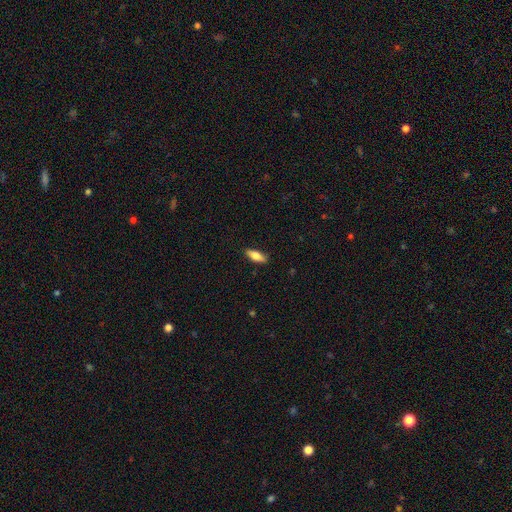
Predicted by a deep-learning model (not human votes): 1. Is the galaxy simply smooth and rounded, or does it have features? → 74% smooth, 19% featured or disk, 6% star or artifact.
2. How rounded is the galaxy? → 68% in between, 30% cigar-shaped, 2% round.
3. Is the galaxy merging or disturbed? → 86% none, 11% minor disturbance, 2% major disturbance, 1% merger.